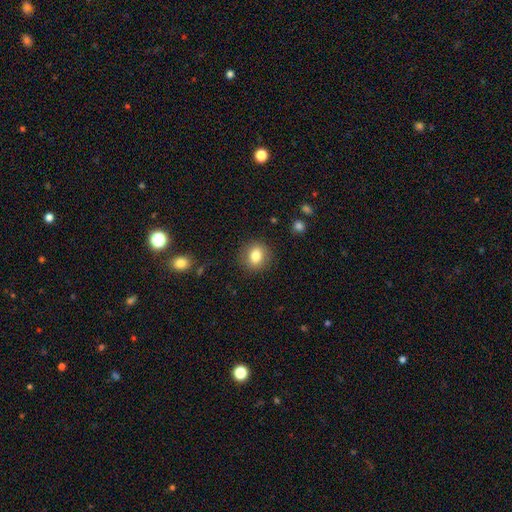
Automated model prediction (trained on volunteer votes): Smooth or featured? Predicted: smooth (p=0.80). How rounded? Predicted: round (p=0.72). Merging? Predicted: none (p=0.87).